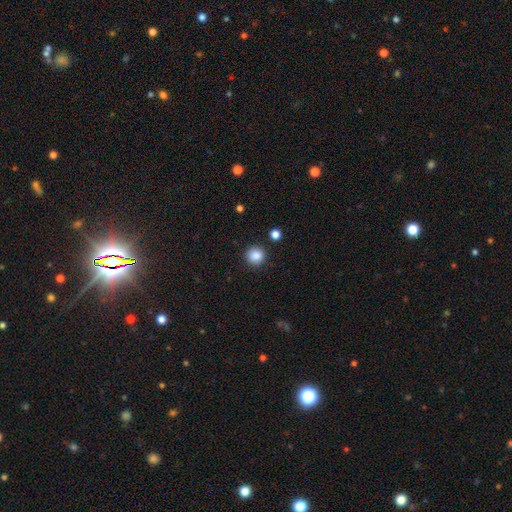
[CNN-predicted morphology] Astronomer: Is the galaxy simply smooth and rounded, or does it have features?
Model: smooth — 87%.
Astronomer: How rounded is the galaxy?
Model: round — 94%.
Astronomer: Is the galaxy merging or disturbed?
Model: none — 90%.